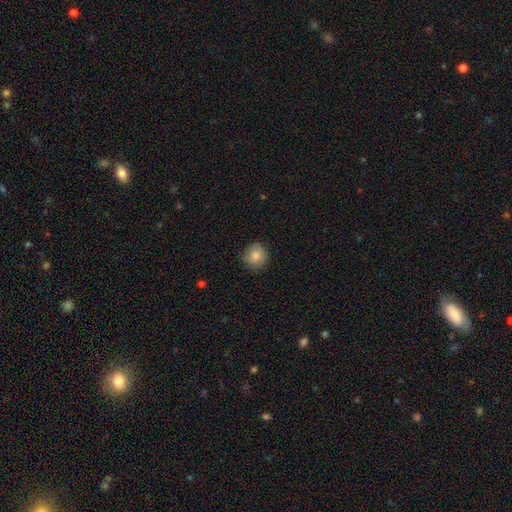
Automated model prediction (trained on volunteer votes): smooth_or_featured: smooth (p=0.84) [alt: star or artifact p=0.08]
how_rounded: round (p=0.91) [alt: in between p=0.08]
merging: none (p=0.84) [alt: minor disturbance p=0.13]